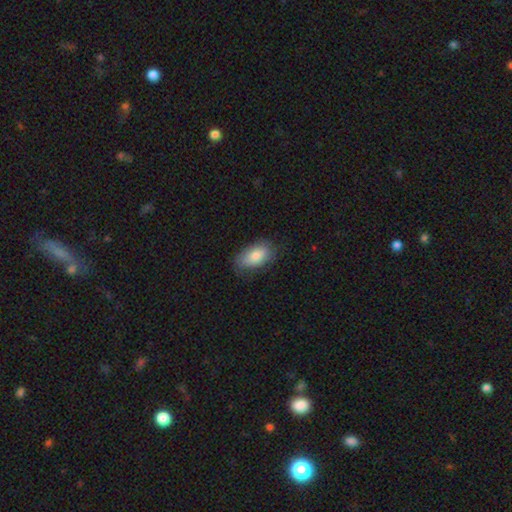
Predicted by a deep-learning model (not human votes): This appears to be a smooth galaxy with no disk features (84%) that is in between round and cigar-shaped (93%). Merging: none (73%).